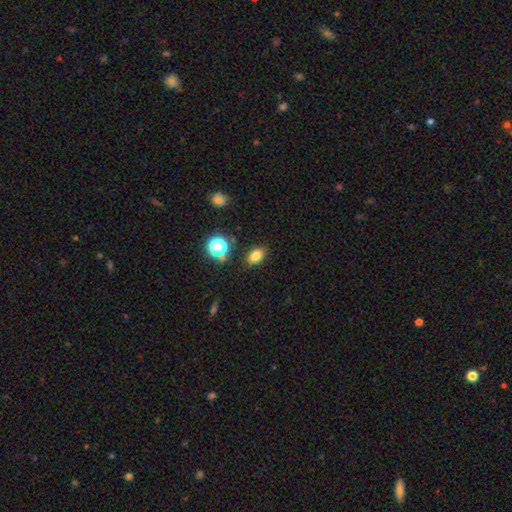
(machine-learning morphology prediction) Q: Smooth or featured?
A: smooth (79%); runner-up: star or artifact (14%)
Q: How rounded?
A: in between (79%); runner-up: round (19%)
Q: Merging?
A: none (84%); runner-up: minor disturbance (10%)